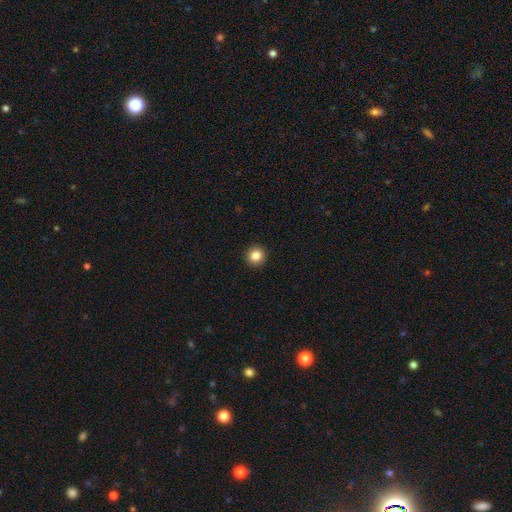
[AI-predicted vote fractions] The model was most divided on "smooth or featured": smooth: 85%, star or artifact: 10%, featured or disk: 5%. More confident: how rounded — round (95%); merging — none (94%).